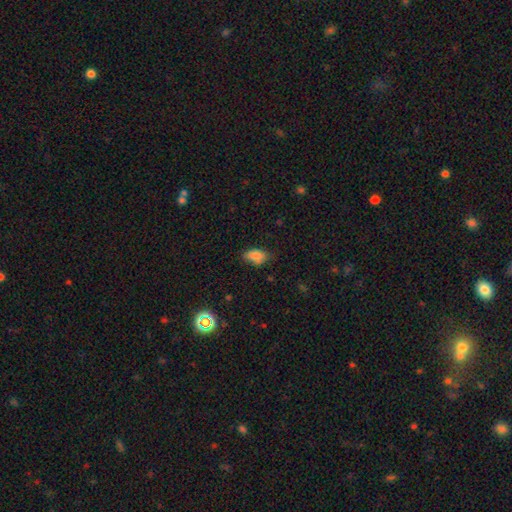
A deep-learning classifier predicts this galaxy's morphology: Smooth or featured: smooth — 81% (star or artifact — 10%)
How rounded: in between — 90% (round — 7%)
Merging: none — 68% (minor disturbance — 25%)